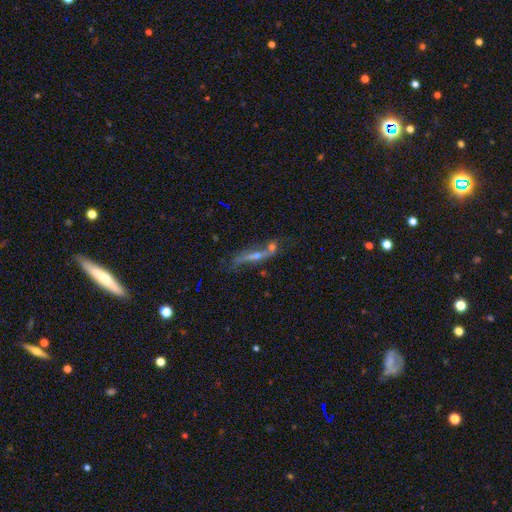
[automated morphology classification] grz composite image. It shows a featured or disk galaxy (61%) viewed edge-on (58%). Merging: none (43%).